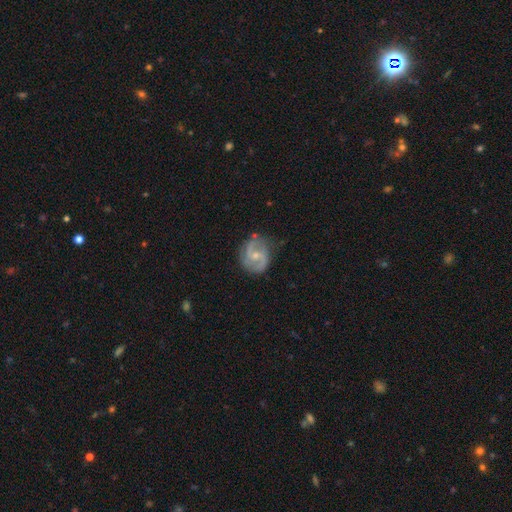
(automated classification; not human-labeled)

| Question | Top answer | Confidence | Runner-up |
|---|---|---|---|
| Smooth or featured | featured or disk | 85% | smooth (10%) |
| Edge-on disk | no | 98% | yes (2%) |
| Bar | weak | 48% | no (42%) |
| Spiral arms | yes | 96% | no (4%) |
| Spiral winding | medium | 55% | loose (23%) |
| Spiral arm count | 2 | 90% | can't tell (4%) |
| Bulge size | small | 57% | moderate (37%) |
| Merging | none | 74% | minor disturbance (19%) |